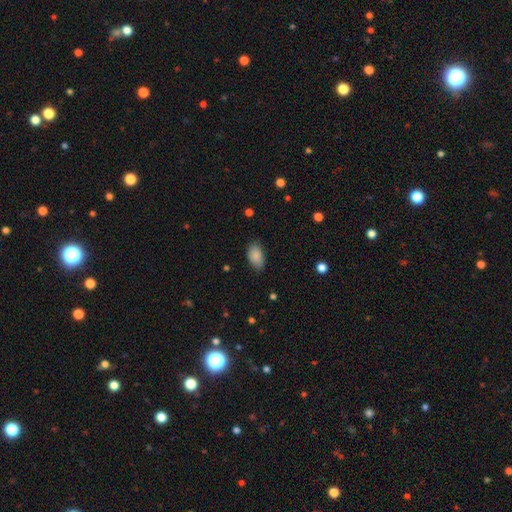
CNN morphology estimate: smooth_or_featured: smooth (p=0.88) [alt: star or artifact p=0.07]
how_rounded: in between (p=0.92) [alt: round p=0.06]
merging: none (p=0.75) [alt: minor disturbance p=0.20]